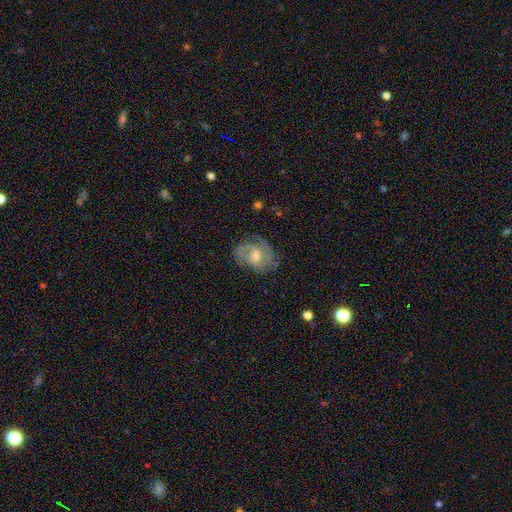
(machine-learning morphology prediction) Smooth or featured? Predicted: featured or disk (p=0.76). Edge-on disk? Predicted: no (p=0.97). Bar? Predicted: no (p=0.54). Spiral arms? Predicted: yes (p=0.91). Spiral winding? Predicted: tight (p=0.44). Spiral arm count? Predicted: 2 (p=0.45). Bulge size? Predicted: moderate (p=0.60). Merging? Predicted: none (p=0.67).